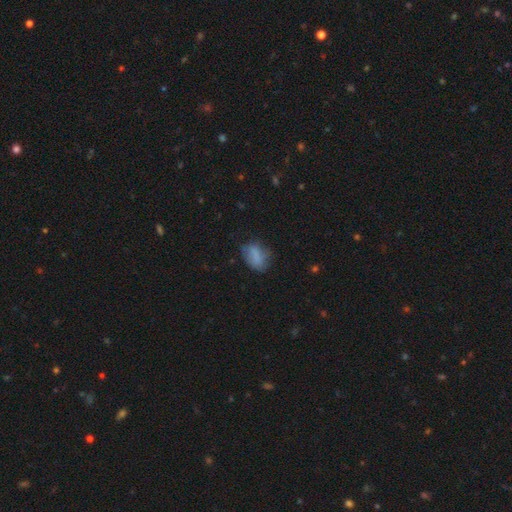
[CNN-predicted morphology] The model was most divided on "merging": none: 56%, minor disturbance: 29%, major disturbance: 13%, merger: 2%. More confident: how rounded — in between (79%); smooth or featured — smooth (76%).